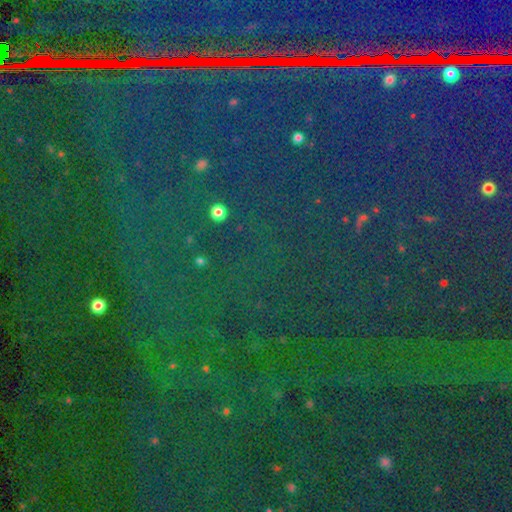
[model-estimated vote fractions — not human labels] Q: Smooth or featured?
A: star or artifact (85%); runner-up: smooth (8%)